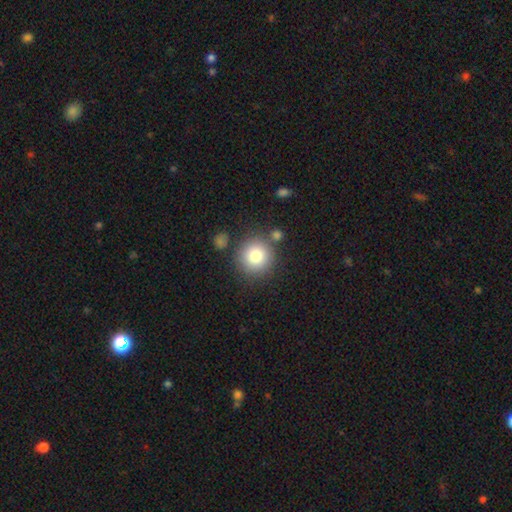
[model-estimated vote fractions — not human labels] A smooth galaxy with no disk features (81%) that is round (93%).

Vote fractions:
- Smooth or featured? smooth: 81% / star or artifact: 10% / featured or disk: 9%
- How rounded? round: 93% / in between: 6% / cigar-shaped: 1%
- Merging? none: 79% / minor disturbance: 9% / merger: 8% / major disturbance: 4%